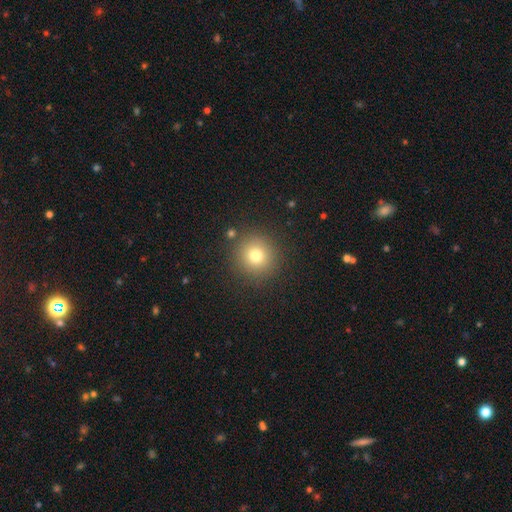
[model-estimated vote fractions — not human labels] The model was most divided on "smooth or featured": smooth: 75%, star or artifact: 15%, featured or disk: 10%. More confident: how rounded — round (95%); merging — none (88%).